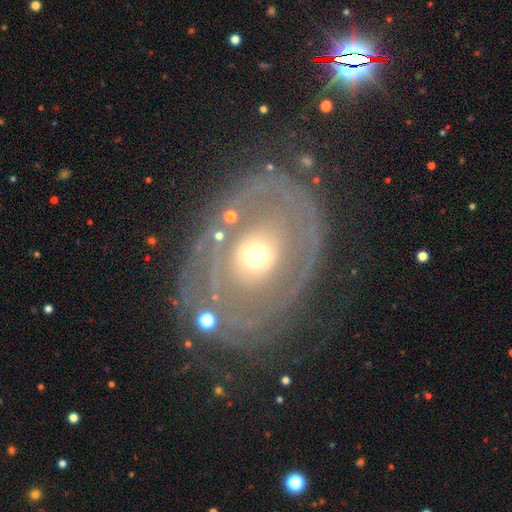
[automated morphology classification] This is likely a featured or disk galaxy (77%). It is clearly not viewed edge-on (94%). Bar: likely no (75%). Spiral arm pattern: likely yes (62%). Central bulge: possibly moderate (53%). Merging: likely none (64%).